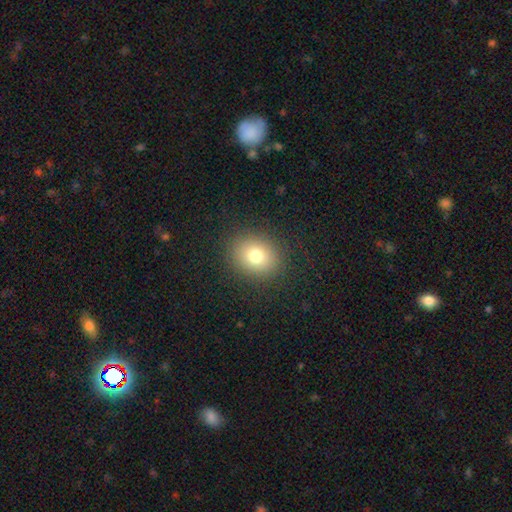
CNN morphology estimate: Smooth or featured? smooth (76%)
How rounded? round (63%)
Merging? none (89%)